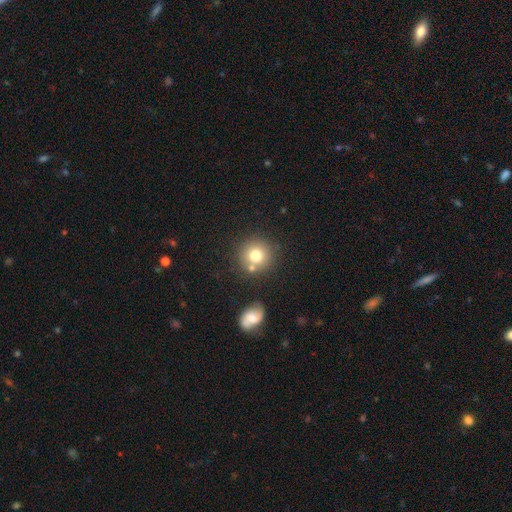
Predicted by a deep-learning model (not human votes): Q: Smooth or featured?
A: smooth (76%); runner-up: featured or disk (13%)
Q: How rounded?
A: round (92%); runner-up: in between (7%)
Q: Merging?
A: none (71%); runner-up: merger (16%)